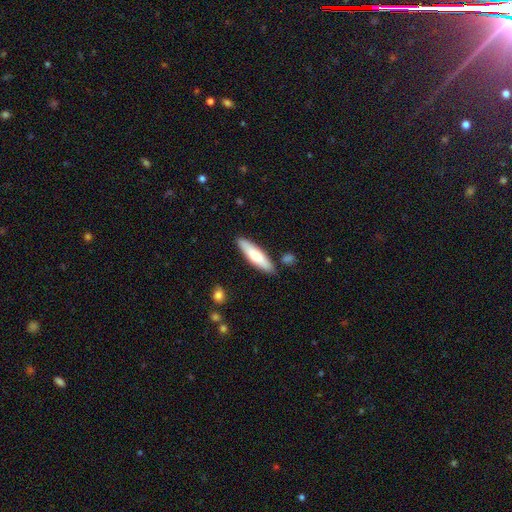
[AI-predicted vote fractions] A smooth galaxy with no disk features (75%) that is cigar-shaped (71%). Merging: none (85%).